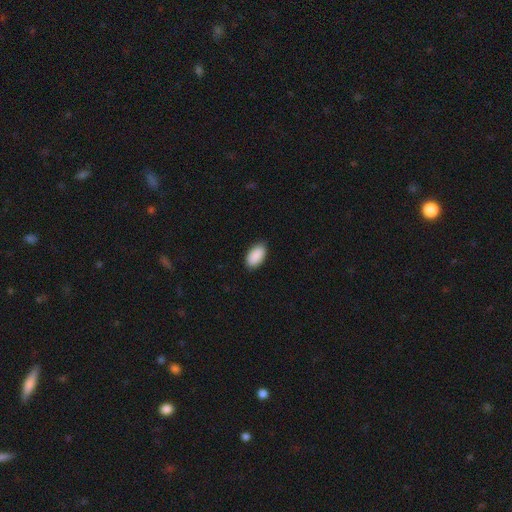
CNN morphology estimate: type=smooth (91%); roundness=in between (95%); merging=none (85%).